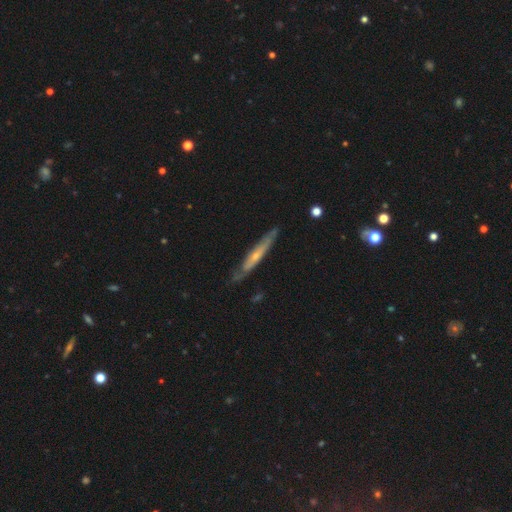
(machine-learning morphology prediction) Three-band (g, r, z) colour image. It shows a featured or disk galaxy (63%) viewed edge-on (76%). Merging: none (74%).